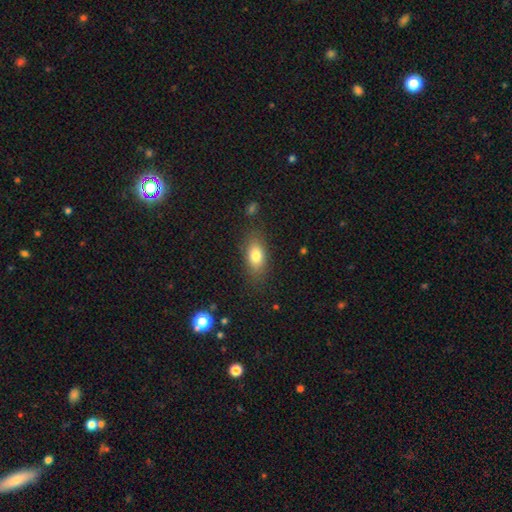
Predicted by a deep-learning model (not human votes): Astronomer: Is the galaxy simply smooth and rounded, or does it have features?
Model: smooth — 79%.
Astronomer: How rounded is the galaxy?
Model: in between — 83%.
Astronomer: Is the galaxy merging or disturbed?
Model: none — 81%.